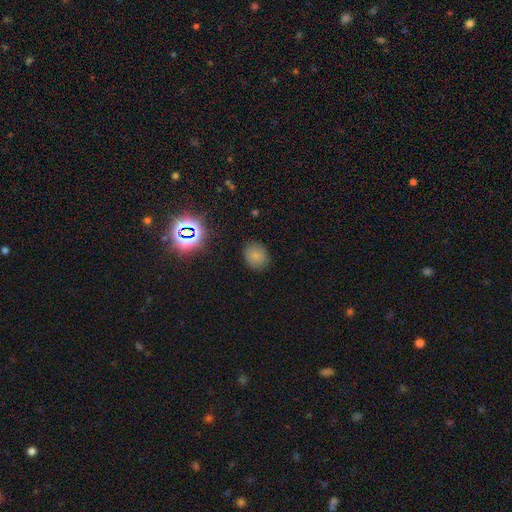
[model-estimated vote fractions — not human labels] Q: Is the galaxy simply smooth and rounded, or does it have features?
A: smooth — 77%.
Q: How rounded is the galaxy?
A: round — 62%.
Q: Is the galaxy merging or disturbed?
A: none — 86%.